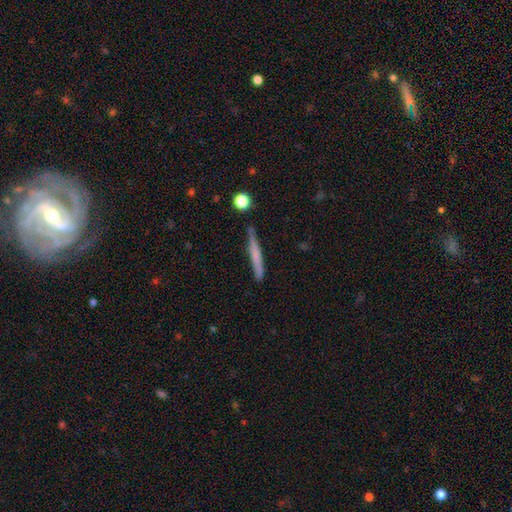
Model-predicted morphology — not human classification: smooth_or_featured: smooth (p=0.58) [alt: featured or disk p=0.36]
how_rounded: cigar-shaped (p=0.96) [alt: in between p=0.03]
merging: none (p=0.82) [alt: minor disturbance p=0.13]